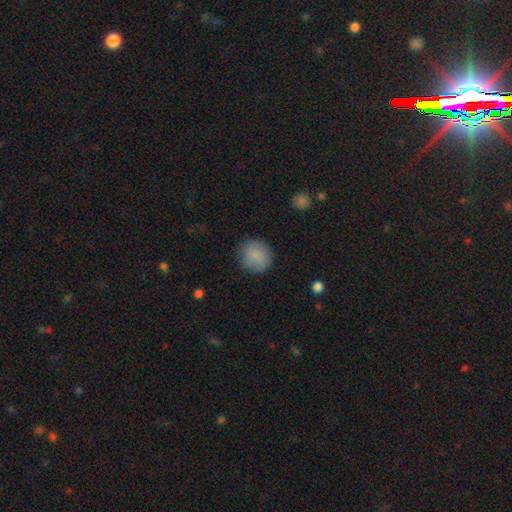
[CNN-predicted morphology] smooth-or-featured: smooth: 86% | star or artifact: 8% | featured or disk: 6%
  how-rounded: round: 89% | in between: 10% | cigar-shaped: 1%
  merging: none: 86% | minor disturbance: 10% | major disturbance: 3% | merger: 1%